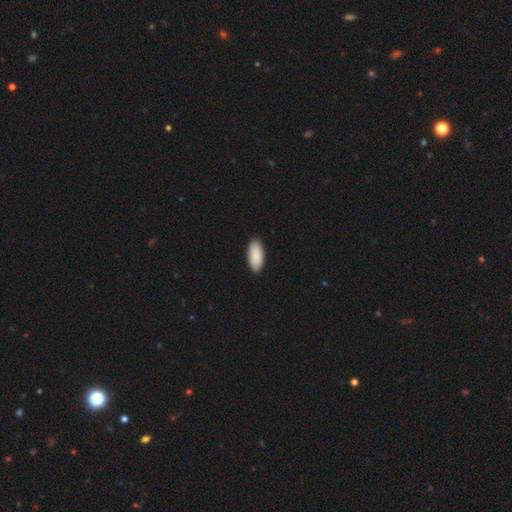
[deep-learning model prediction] Smooth or featured?
  - smooth: 91% *
  - star or artifact: 5%
  - featured or disk: 4%
How rounded?
  - in between: 92% *
  - cigar-shaped: 6%
  - round: 2%
Merging?
  - none: 91% *
  - minor disturbance: 7%
  - major disturbance: 1%
  - merger: 1%